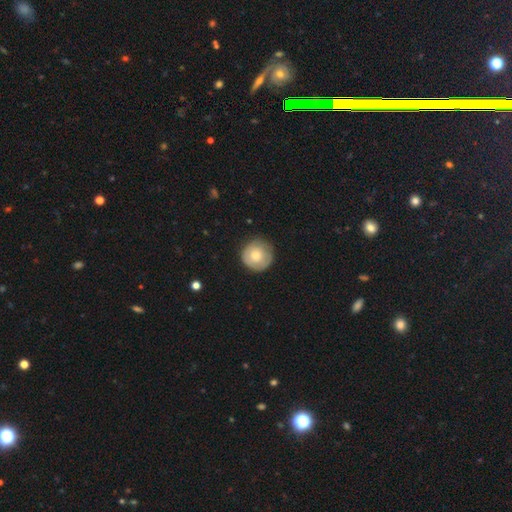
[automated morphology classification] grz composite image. It shows a smooth galaxy with no disk features (63%) that is round (95%). Merging: none (81%).